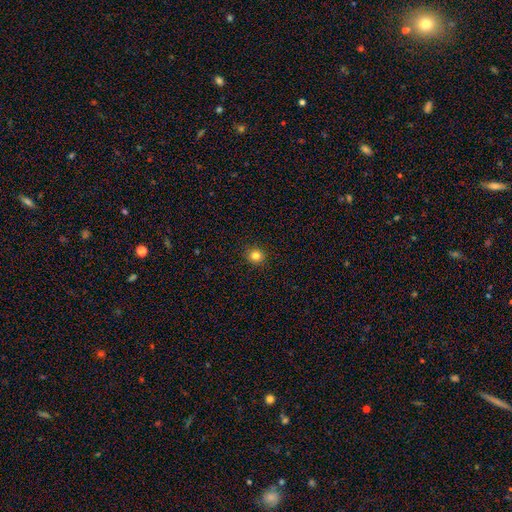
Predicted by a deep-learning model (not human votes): smooth 82%, star or artifact 13%, featured or disk 5%. Down the decision tree: how rounded — round (91%); merging — none (92%).